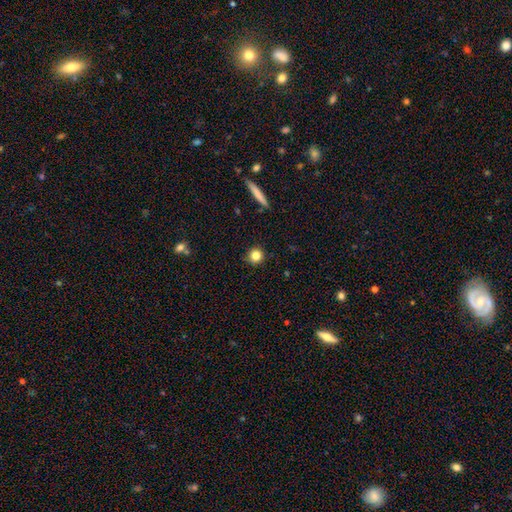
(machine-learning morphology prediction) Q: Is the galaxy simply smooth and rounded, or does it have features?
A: smooth — 82%.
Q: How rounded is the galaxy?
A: round — 93%.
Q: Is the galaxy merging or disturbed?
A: none — 88%.